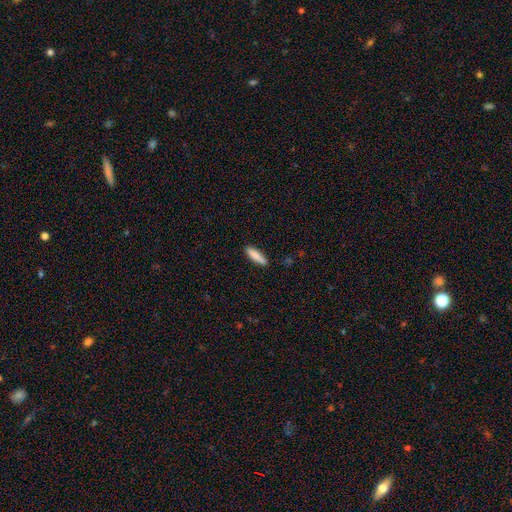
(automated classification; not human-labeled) Smooth or featured? smooth (86%)
How rounded? cigar-shaped (70%)
Merging? none (85%)